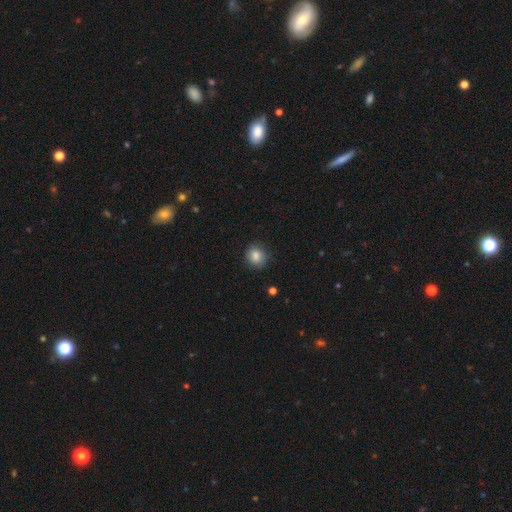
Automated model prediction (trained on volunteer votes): The model was most divided on "how rounded": round: 83%, in between: 16%, cigar-shaped: 1%. More confident: smooth or featured — smooth (83%); merging — none (83%).